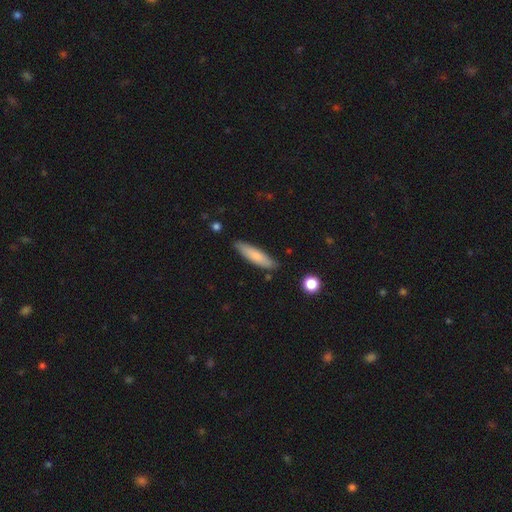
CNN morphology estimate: A smooth galaxy with no disk features (76%) that is cigar-shaped (73%).

Vote fractions:
- Smooth or featured? smooth: 76% / featured or disk: 18% / star or artifact: 6%
- How rounded? cigar-shaped: 73% / in between: 25% / round: 1%
- Merging? none: 83% / minor disturbance: 13% / merger: 2% / major disturbance: 2%